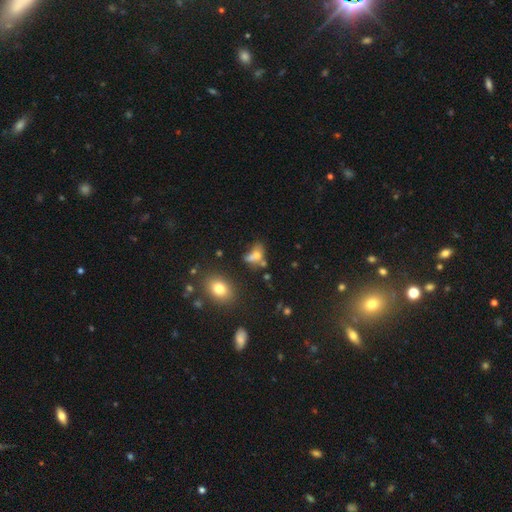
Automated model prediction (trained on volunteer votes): A smooth galaxy with no disk features (63%) that is in between round and cigar-shaped (68%). Merging: none (34%).